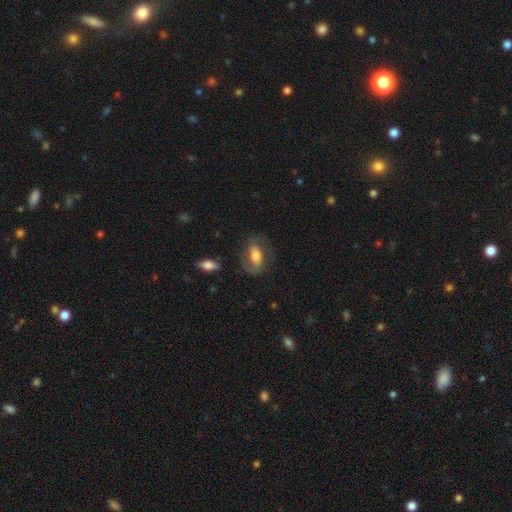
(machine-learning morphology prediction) Smooth or featured? Predicted: featured or disk (p=0.58). Edge-on disk? Predicted: no (p=0.92). Bar? Predicted: strong (p=0.35). Spiral arms? Predicted: yes (p=0.80). Bulge size? Predicted: moderate (p=0.54). Merging? Predicted: none (p=0.68).